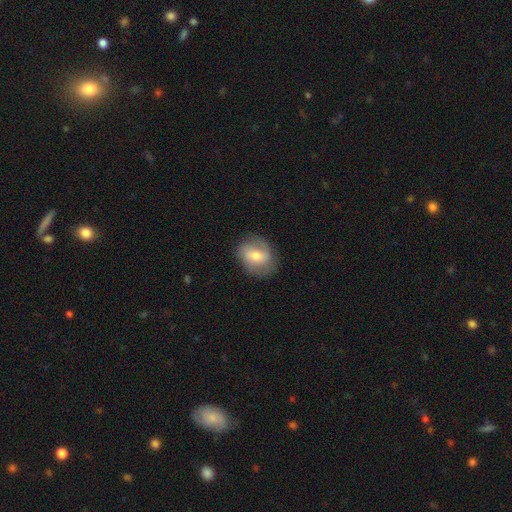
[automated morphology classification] smooth_or_featured: featured or disk (p=0.47) [alt: smooth p=0.45]
merging: none (p=0.75) [alt: minor disturbance p=0.17]